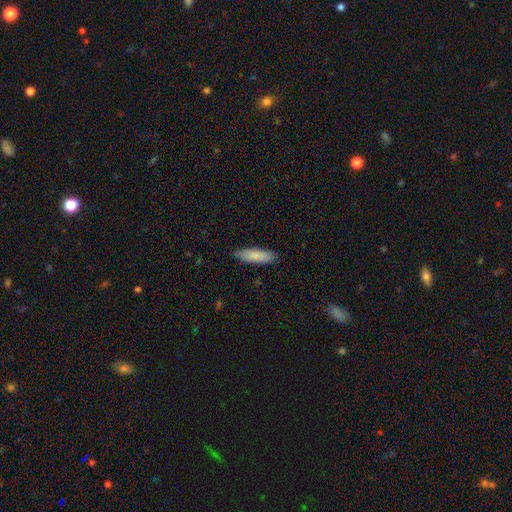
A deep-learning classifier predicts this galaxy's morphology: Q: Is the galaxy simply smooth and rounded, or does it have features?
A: smooth — 85%.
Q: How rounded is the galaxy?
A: cigar-shaped — 58%.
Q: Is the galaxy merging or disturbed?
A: none — 85%.